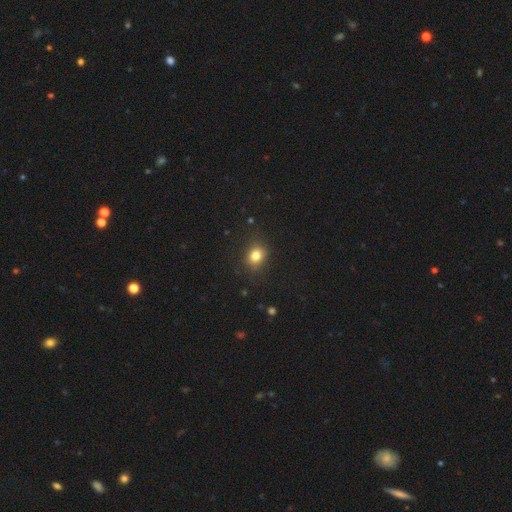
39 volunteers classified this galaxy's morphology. smooth 90%, featured or disk 5%, star or artifact 5%. Down the decision tree: how rounded — round (69%); merging — none (81%).